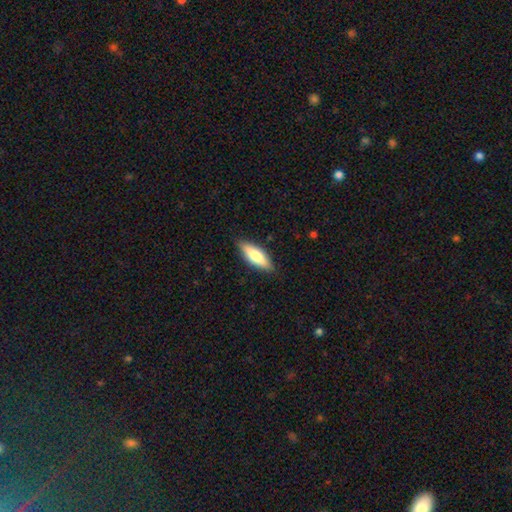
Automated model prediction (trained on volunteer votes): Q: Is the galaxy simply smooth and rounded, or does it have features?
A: smooth — 69%.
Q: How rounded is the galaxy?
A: in between — 56%.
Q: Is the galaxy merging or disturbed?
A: none — 86%.